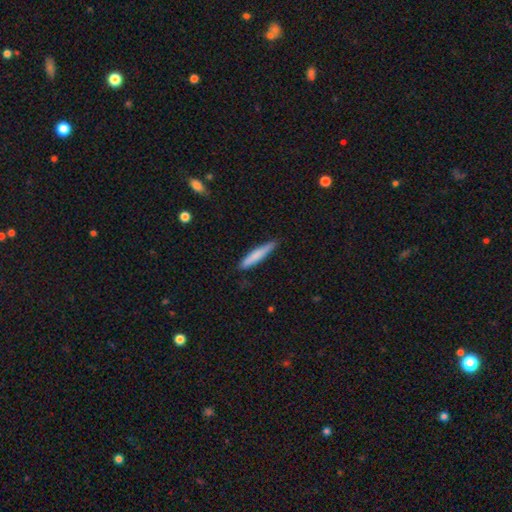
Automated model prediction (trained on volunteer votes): smooth 75%, featured or disk 20%, star or artifact 6%. Down the decision tree: how rounded — cigar-shaped (92%); merging — none (84%).